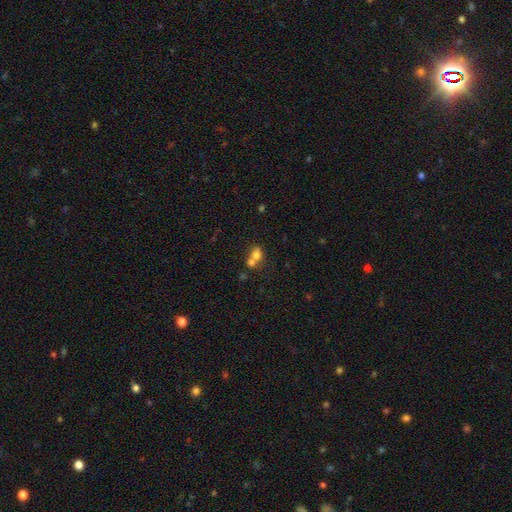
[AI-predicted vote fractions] Smooth or featured?
  - smooth: 70% *
  - featured or disk: 17%
  - star or artifact: 13%
How rounded?
  - round: 56% *
  - in between: 42%
  - cigar-shaped: 1%
Merging?
  - merger: 63% *
  - none: 27%
  - minor disturbance: 6%
  - major disturbance: 4%